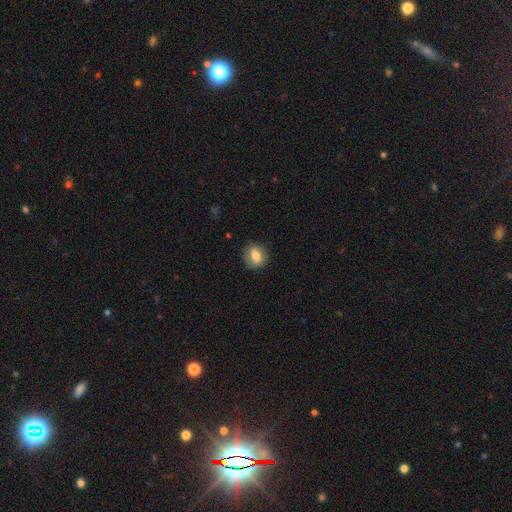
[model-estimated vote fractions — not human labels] smooth-or-featured: smooth: 72% | featured or disk: 19% | star or artifact: 8%
  how-rounded: round: 64% | in between: 35% | cigar-shaped: 2%
  merging: none: 84% | minor disturbance: 12% | major disturbance: 3% | merger: 1%